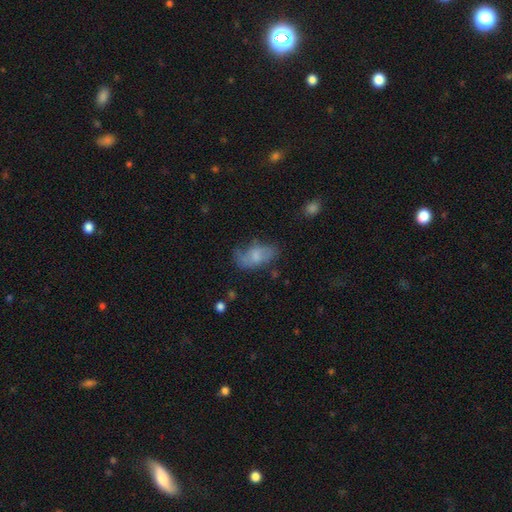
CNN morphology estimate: This appears to be a smooth galaxy with no disk features (58%) that is in between round and cigar-shaped (90%). Merging: none (47%).